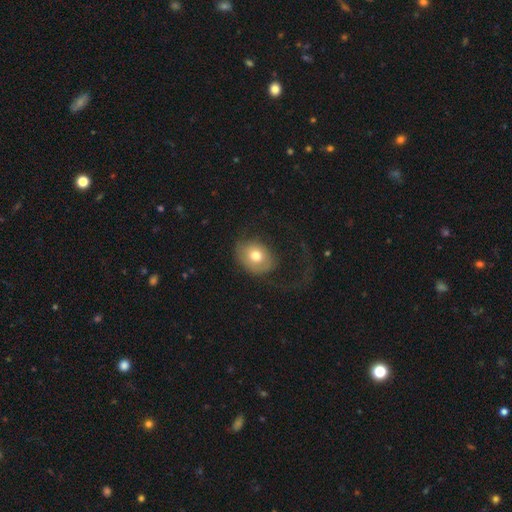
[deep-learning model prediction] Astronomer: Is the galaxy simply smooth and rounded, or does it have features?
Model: smooth — 68%.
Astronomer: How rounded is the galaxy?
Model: in between — 55% (runner-up: round, 44%).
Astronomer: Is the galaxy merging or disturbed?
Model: none — 42% (runner-up: major disturbance, 37%).